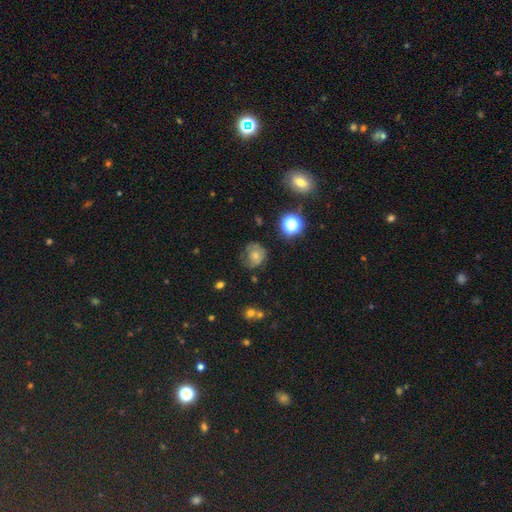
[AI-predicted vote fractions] smooth 60%, featured or disk 24%, star or artifact 16%. Down the decision tree: how rounded — round (74%); merging — none (54%).